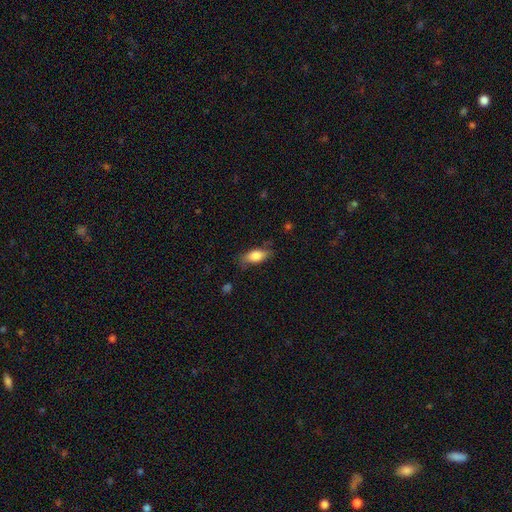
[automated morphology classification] This appears to be a smooth galaxy with no disk features (78%) that is in between round and cigar-shaped (81%). Merging: none (72%).